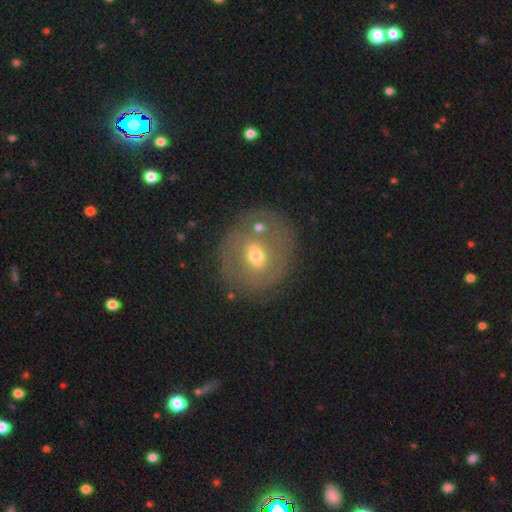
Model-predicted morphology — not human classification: Smooth or featured? Predicted: featured or disk (p=0.46). Merging? Predicted: none (p=0.73).